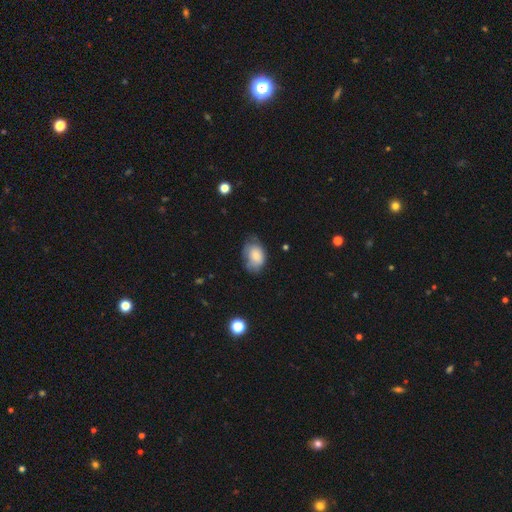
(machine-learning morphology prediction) smooth_or_featured: smooth (p=0.77) [alt: featured or disk p=0.16]
how_rounded: in between (p=0.83) [alt: round p=0.16]
merging: none (p=0.52) [alt: minor disturbance p=0.34]